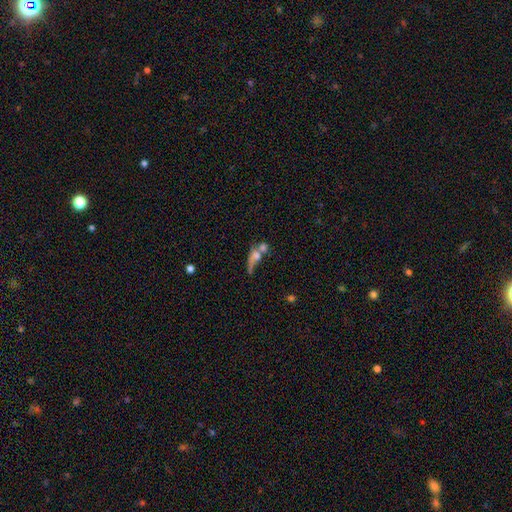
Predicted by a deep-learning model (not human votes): Q: Smooth or featured?
A: smooth (57%); runner-up: featured or disk (31%)
Q: How rounded?
A: in between (52%); runner-up: round (26%)
Q: Merging?
A: merger (51%); runner-up: major disturbance (20%)